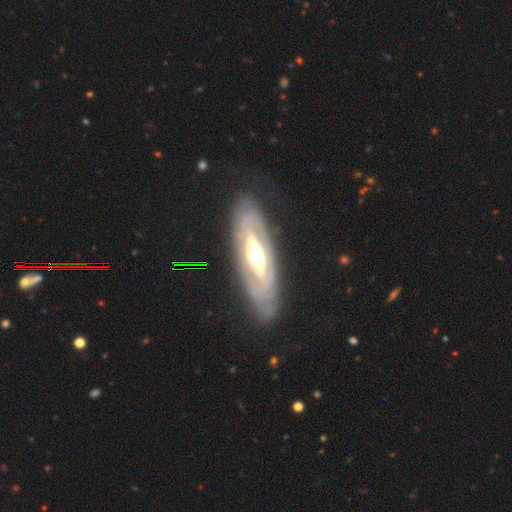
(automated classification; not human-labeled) Smooth or featured? featured or disk (79%)
Edge-on disk? no (77%)
Bar? no (61%)
Spiral arms? no (52%)
Bulge size? moderate (68%)
Merging? none (81%)